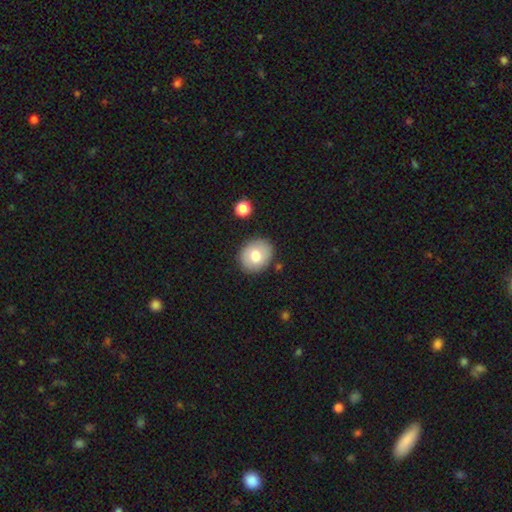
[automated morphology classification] smooth-or-featured: smooth: 75% | featured or disk: 17% | star or artifact: 8%
  how-rounded: round: 67% | in between: 33% | cigar-shaped: 1%
  merging: none: 86% | minor disturbance: 9% | major disturbance: 2% | merger: 2%